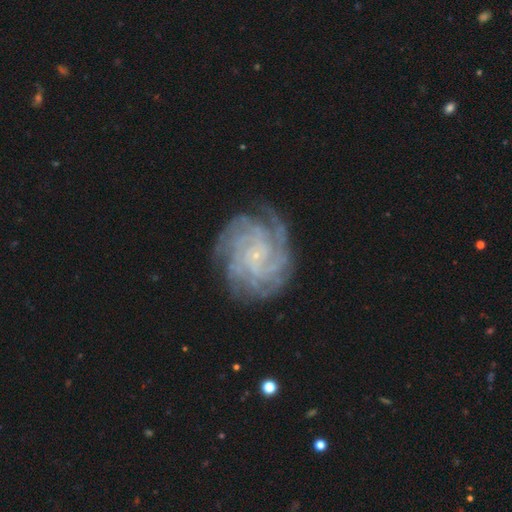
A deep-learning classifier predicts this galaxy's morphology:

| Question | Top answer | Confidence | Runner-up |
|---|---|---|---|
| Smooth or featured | featured or disk | 87% | smooth (7%) |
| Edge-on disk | no | 98% | yes (2%) |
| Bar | no | 73% | weak (21%) |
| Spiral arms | yes | 97% | no (3%) |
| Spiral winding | tight | 74% | medium (22%) |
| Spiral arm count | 4 | 26% | more than 4 (24%) |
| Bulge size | small | 86% | none (6%) |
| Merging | none | 77% | minor disturbance (15%) |